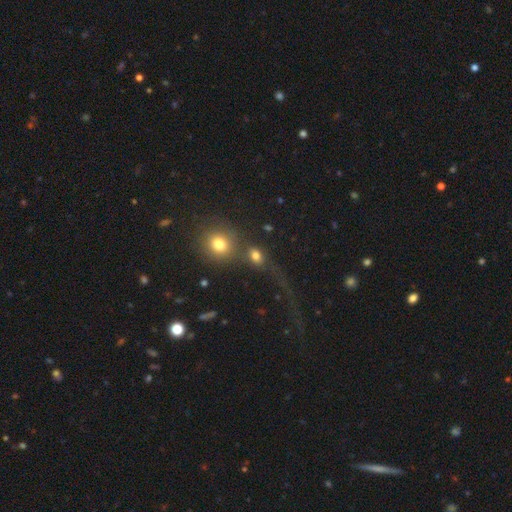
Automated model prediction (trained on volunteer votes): Smooth or featured: smooth — 74% (star or artifact — 14%)
How rounded: in between — 50% (round — 46%)
Merging: none — 42% (merger — 33%)